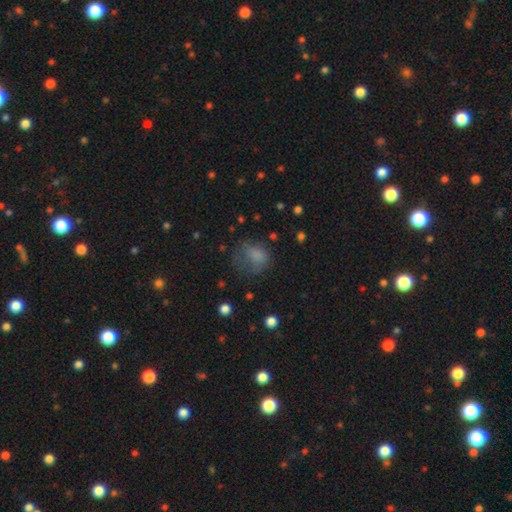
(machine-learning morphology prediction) This appears to be a smooth galaxy with no disk features (73%) that is round (56%). Merging: none (40%).